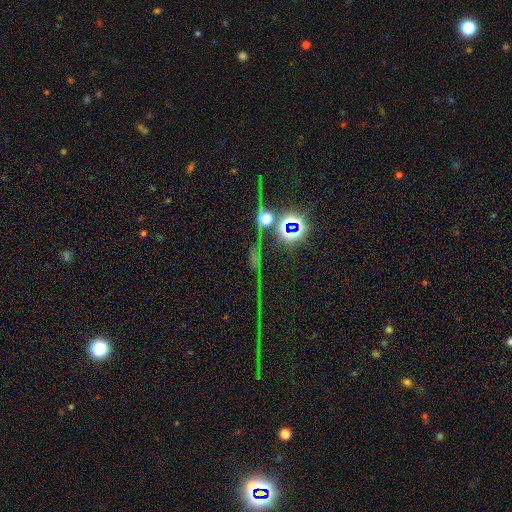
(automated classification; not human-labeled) Smooth or featured: star or artifact — 77% (featured or disk — 11%)